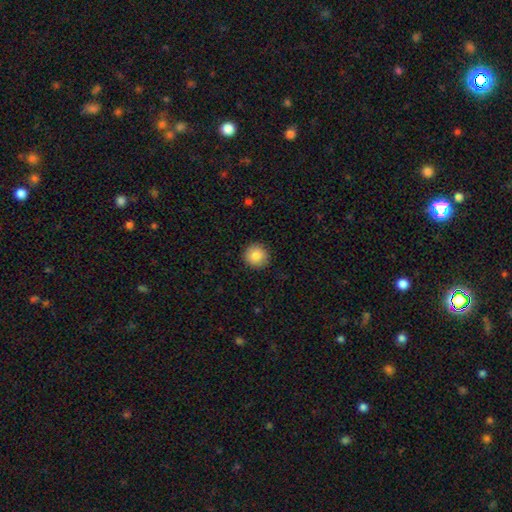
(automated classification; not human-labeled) Morphology: type=smooth (86%); roundness=round (93%); merging=none (91%).